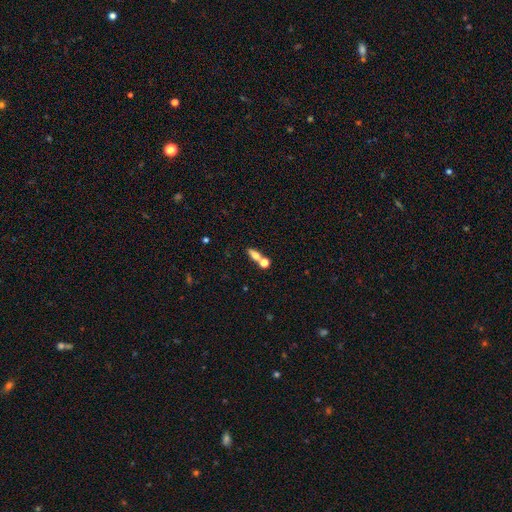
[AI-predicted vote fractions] Smooth or featured: smooth — 68% (featured or disk — 21%)
How rounded: in between — 59% (cigar-shaped — 24%)
Merging: none — 46% (merger — 39%)